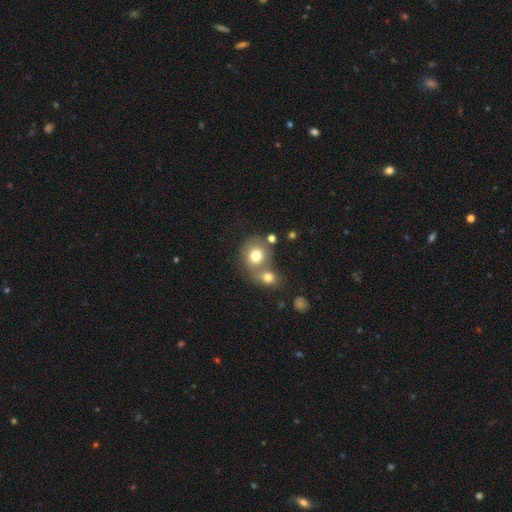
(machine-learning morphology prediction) smooth_or_featured: smooth (p=0.75) [alt: featured or disk p=0.15]
how_rounded: round (p=0.77) [alt: in between p=0.22]
merging: merger (p=0.48) [alt: none p=0.39]